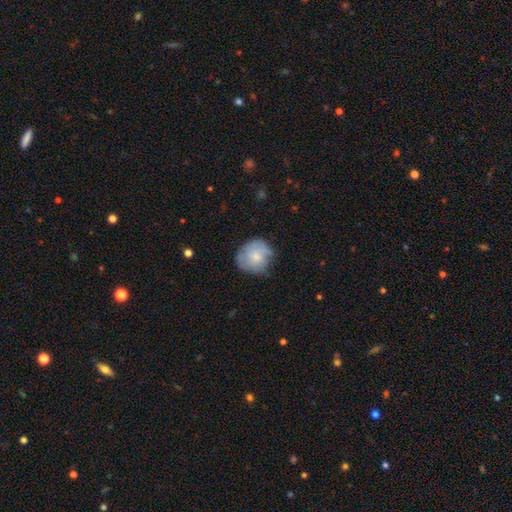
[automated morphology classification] smooth 64%, featured or disk 29%, star or artifact 7%. Down the decision tree: how rounded — round (83%); merging — none (63%).